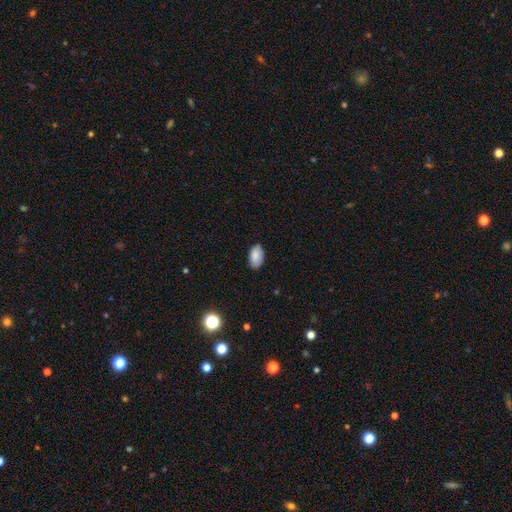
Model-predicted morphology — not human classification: type=smooth (86%); roundness=in between (94%); merging=none (84%).